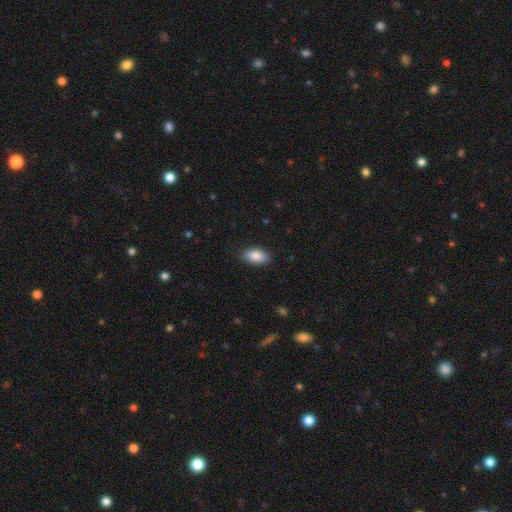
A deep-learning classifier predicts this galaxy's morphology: Smooth or featured: smooth — 86% (featured or disk — 7%)
How rounded: in between — 92% (cigar-shaped — 4%)
Merging: none — 87% (minor disturbance — 10%)